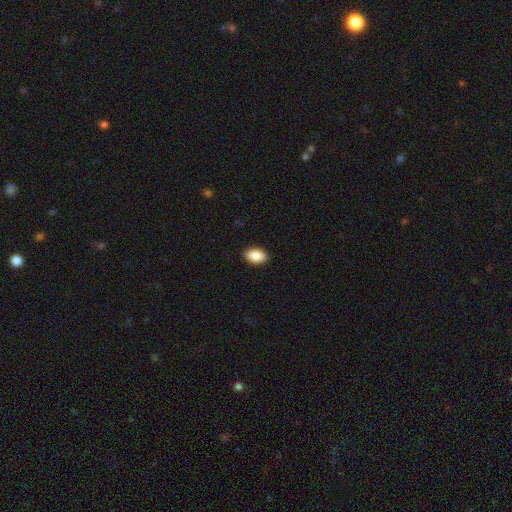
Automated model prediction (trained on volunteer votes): Smooth or featured?
  - smooth: 88% *
  - star or artifact: 7%
  - featured or disk: 5%
How rounded?
  - in between: 91% *
  - round: 7%
  - cigar-shaped: 2%
Merging?
  - none: 90% *
  - minor disturbance: 7%
  - major disturbance: 2%
  - merger: 1%